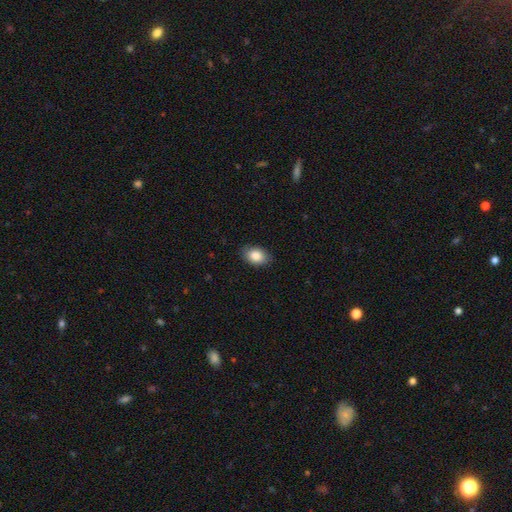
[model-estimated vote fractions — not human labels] Smooth or featured: smooth — 87% (star or artifact — 7%)
How rounded: in between — 83% (round — 16%)
Merging: none — 86% (minor disturbance — 11%)